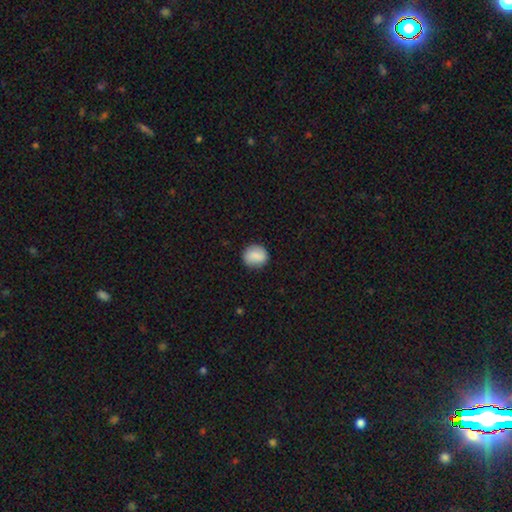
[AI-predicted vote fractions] A smooth galaxy with no disk features (82%) that is round (82%).

Vote fractions:
- Smooth or featured? smooth: 82% / featured or disk: 11% / star or artifact: 7%
- How rounded? round: 82% / in between: 17% / cigar-shaped: 1%
- Merging? none: 86% / minor disturbance: 10% / major disturbance: 3% / merger: 1%